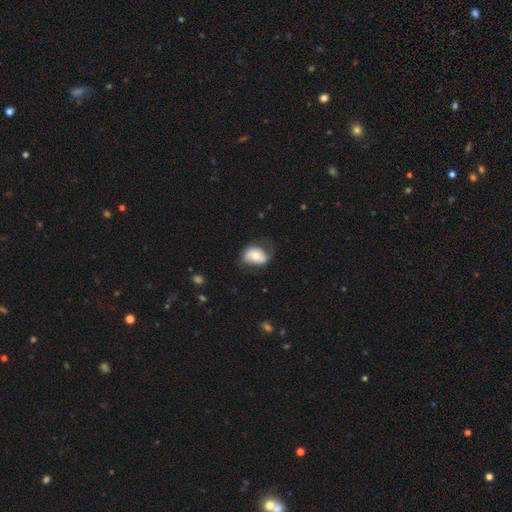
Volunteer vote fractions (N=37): This is possibly a smooth galaxy (46%, tied with featured or disk). How rounded: likely in between (71%). Merging: possibly none (47%).